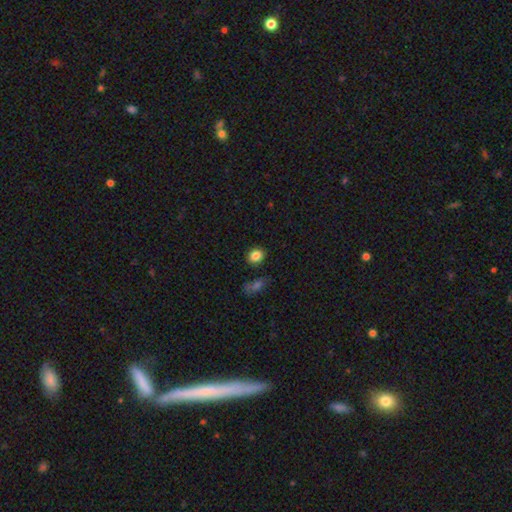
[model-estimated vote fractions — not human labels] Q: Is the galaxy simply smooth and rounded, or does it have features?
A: smooth — 84%.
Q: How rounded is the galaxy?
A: round — 63%.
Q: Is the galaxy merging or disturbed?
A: none — 84%.